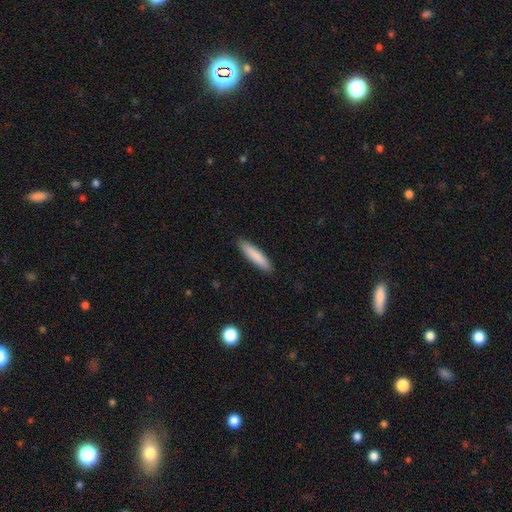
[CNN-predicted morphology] Q: Smooth or featured?
A: smooth (85%); runner-up: featured or disk (9%)
Q: How rounded?
A: cigar-shaped (83%); runner-up: in between (16%)
Q: Merging?
A: none (90%); runner-up: minor disturbance (8%)